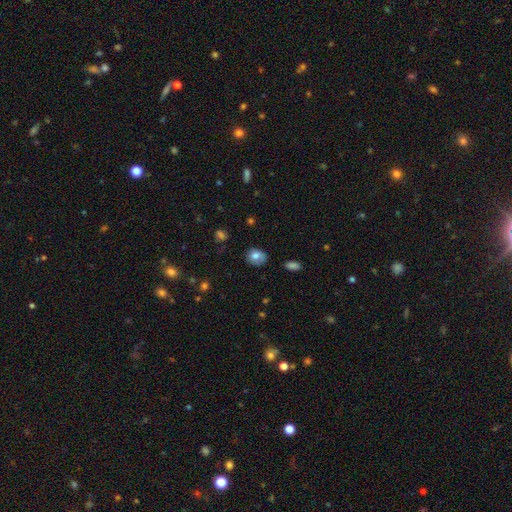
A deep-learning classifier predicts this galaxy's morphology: Smooth or featured? smooth (77%)
How rounded? round (56%)
Merging? none (76%)